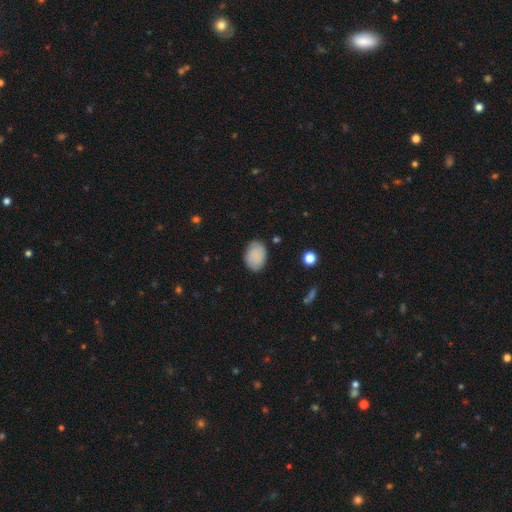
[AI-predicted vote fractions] The model was most divided on "how rounded": in between: 81%, round: 18%, cigar-shaped: 1%. More confident: smooth or featured — smooth (85%); merging — none (81%).